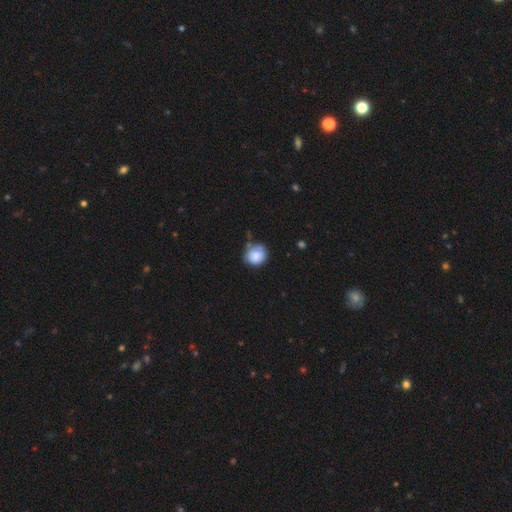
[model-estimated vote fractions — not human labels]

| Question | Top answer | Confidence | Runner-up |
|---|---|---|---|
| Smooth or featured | smooth | 84% | featured or disk (8%) |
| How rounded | round | 80% | in between (20%) |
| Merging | none | 57% | minor disturbance (28%) |